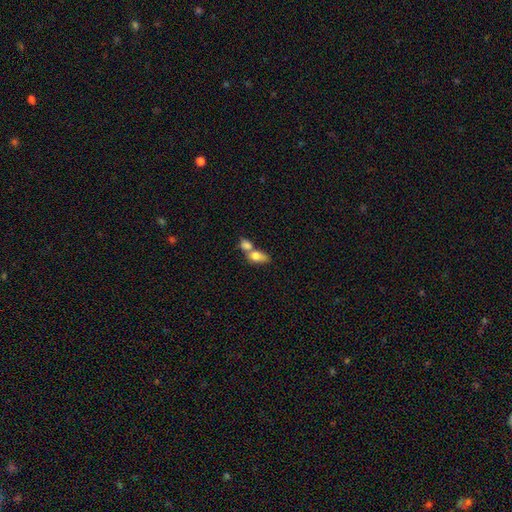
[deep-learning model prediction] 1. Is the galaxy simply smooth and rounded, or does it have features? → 77% smooth, 16% featured or disk, 7% star or artifact.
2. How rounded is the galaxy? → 76% in between, 19% round, 5% cigar-shaped.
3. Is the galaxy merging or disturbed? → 71% merger, 17% none, 7% minor disturbance, 5% major disturbance.